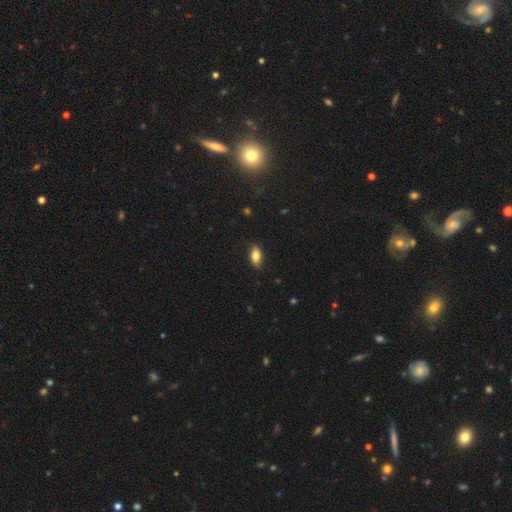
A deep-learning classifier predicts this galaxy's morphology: This is likely a smooth galaxy (78%). How rounded: clearly in between (87%). Merging: likely none (79%).